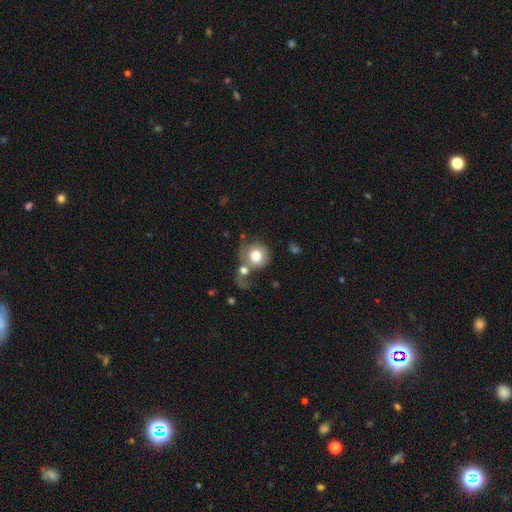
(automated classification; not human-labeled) smooth-or-featured: smooth: 72% | featured or disk: 20% | star or artifact: 8%
  how-rounded: round: 84% | in between: 15% | cigar-shaped: 1%
  merging: merger: 37% | none: 34% | major disturbance: 15% | minor disturbance: 14%